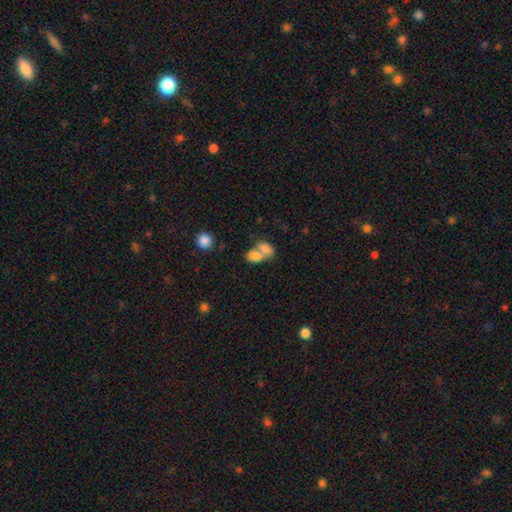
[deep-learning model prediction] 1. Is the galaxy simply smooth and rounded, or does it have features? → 79% smooth, 12% featured or disk, 8% star or artifact.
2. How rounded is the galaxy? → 85% in between, 13% round, 2% cigar-shaped.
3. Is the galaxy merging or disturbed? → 71% merger, 19% none, 6% minor disturbance, 4% major disturbance.